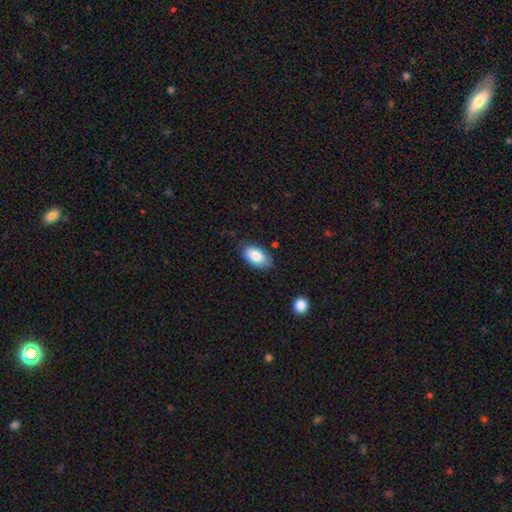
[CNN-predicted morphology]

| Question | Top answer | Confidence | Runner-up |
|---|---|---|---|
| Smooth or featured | smooth | 84% | featured or disk (9%) |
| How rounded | in between | 94% | round (4%) |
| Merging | none | 77% | minor disturbance (18%) |